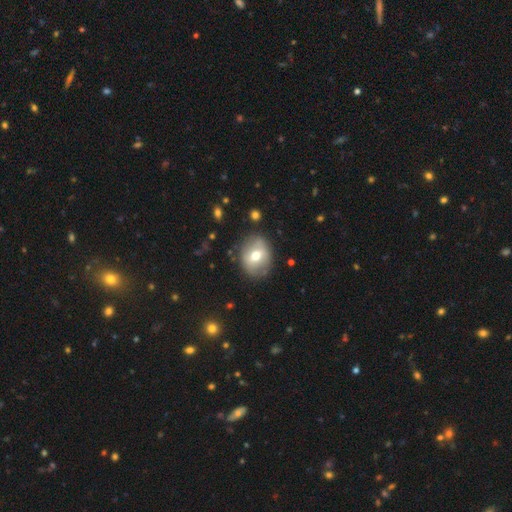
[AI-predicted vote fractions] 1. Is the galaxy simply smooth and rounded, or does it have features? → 57% smooth, 35% featured or disk, 8% star or artifact.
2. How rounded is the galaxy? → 61% round, 38% in between, 1% cigar-shaped.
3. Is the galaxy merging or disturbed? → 81% none, 13% minor disturbance, 4% major disturbance, 2% merger.